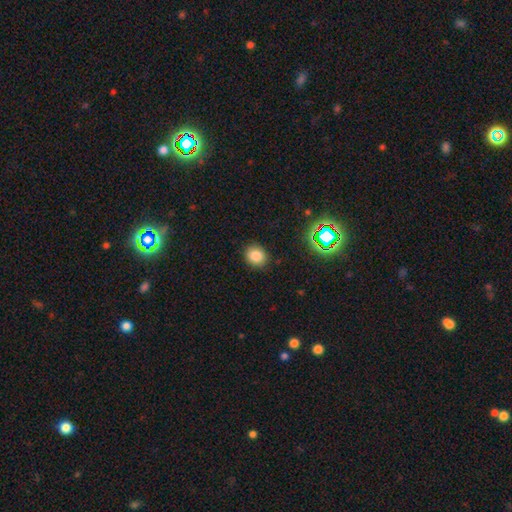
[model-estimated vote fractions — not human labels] This is clearly a smooth galaxy (82%). How rounded: likely round (65%). Merging: clearly none (87%).